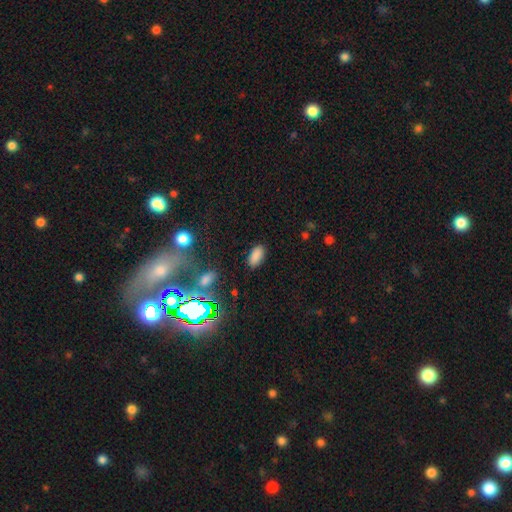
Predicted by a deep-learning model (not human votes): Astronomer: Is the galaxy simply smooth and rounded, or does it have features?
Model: smooth — 83%.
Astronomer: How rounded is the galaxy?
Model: in between — 92%.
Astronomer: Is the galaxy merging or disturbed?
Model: none — 86%.